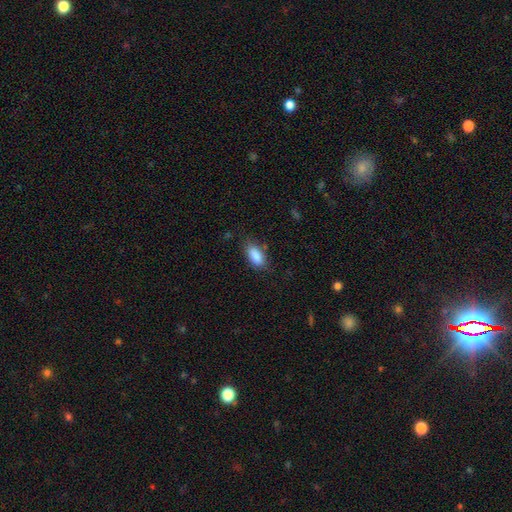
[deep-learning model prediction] Q: Smooth or featured?
A: smooth (87%); runner-up: star or artifact (7%)
Q: How rounded?
A: in between (89%); runner-up: cigar-shaped (8%)
Q: Merging?
A: none (74%); runner-up: minor disturbance (20%)